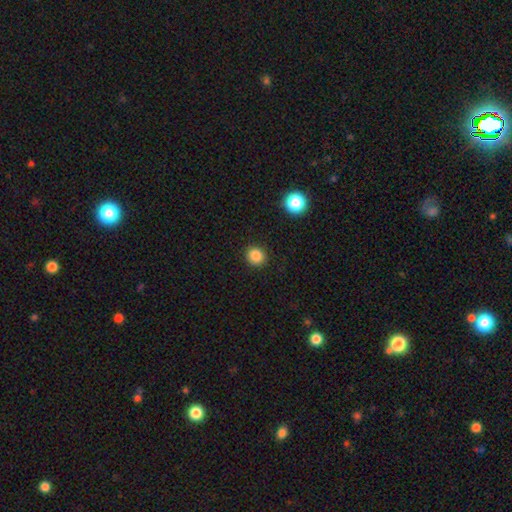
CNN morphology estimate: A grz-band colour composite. It shows a smooth galaxy with no disk features (85%) that is round (88%). Merging: none (91%).